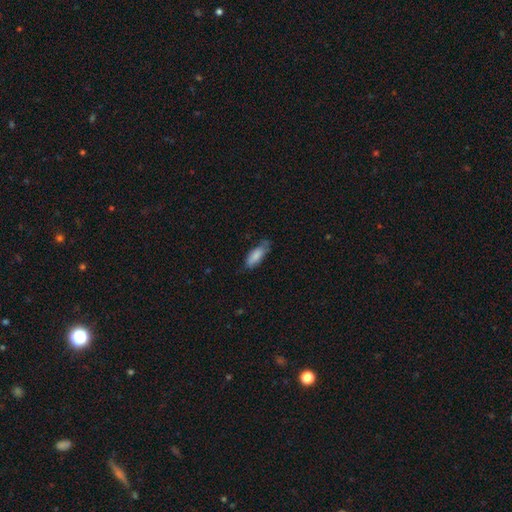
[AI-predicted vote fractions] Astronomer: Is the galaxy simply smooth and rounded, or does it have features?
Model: smooth — 81%.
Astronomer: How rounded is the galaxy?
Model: in between — 73%.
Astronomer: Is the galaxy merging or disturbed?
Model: none — 58%.